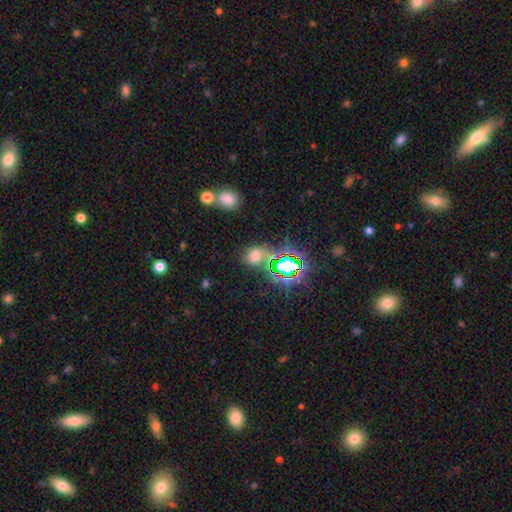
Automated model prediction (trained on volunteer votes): smooth-or-featured: smooth: 51% | star or artifact: 39% | featured or disk: 10%
  how-rounded: in between: 54% | round: 44% | cigar-shaped: 2%
  merging: none: 61% | minor disturbance: 16% | merger: 15% | major disturbance: 9%